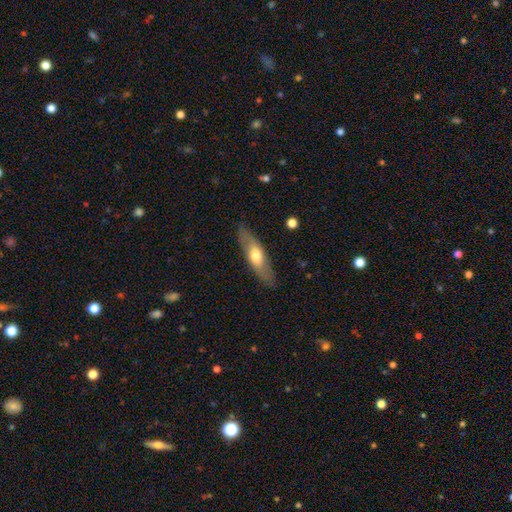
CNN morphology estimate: Smooth or featured?
  - smooth: 51% *
  - featured or disk: 44%
  - star or artifact: 5%
How rounded?
  - cigar-shaped: 53% *
  - in between: 44%
  - round: 3%
Merging?
  - none: 84% *
  - minor disturbance: 12%
  - major disturbance: 3%
  - merger: 1%